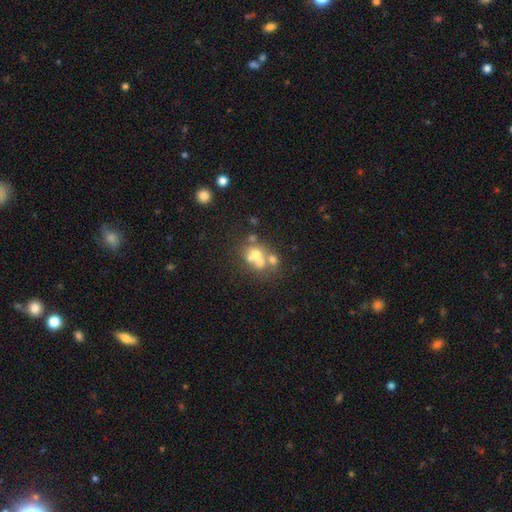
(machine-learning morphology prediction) smooth_or_featured: smooth (p=0.53) [alt: featured or disk p=0.31]
how_rounded: round (p=0.62) [alt: in between p=0.37]
merging: merger (p=0.53) [alt: none p=0.30]